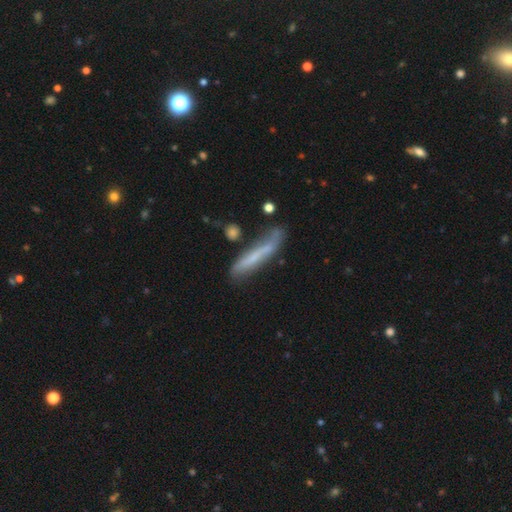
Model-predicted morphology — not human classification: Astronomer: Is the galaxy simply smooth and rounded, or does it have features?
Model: smooth — 53% (runner-up: featured or disk, 39%).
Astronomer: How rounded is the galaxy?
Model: cigar-shaped — 89%.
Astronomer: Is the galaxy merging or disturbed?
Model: none — 51% (runner-up: minor disturbance, 26%).